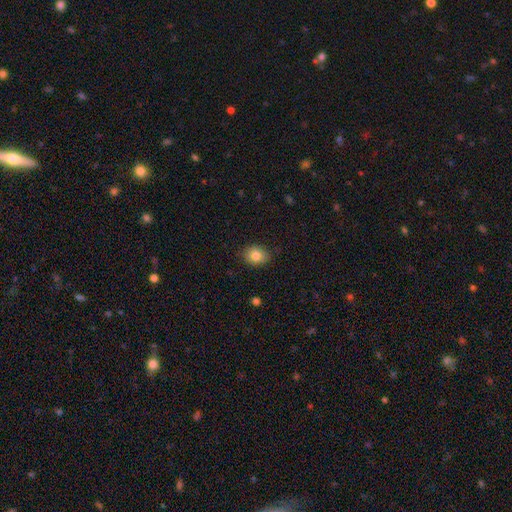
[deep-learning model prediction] A smooth galaxy with no disk features (81%) that is in between round and cigar-shaped (55%).

Vote fractions:
- Smooth or featured? smooth: 81% / featured or disk: 9% / star or artifact: 9%
- How rounded? in between: 55% / round: 44% / cigar-shaped: 1%
- Merging? none: 84% / minor disturbance: 13% / major disturbance: 2% / merger: 1%